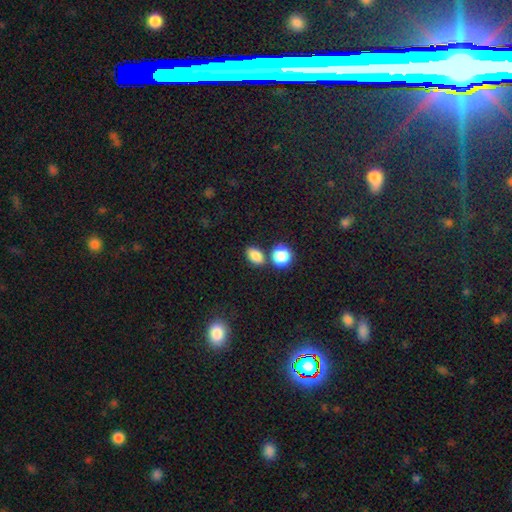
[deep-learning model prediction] Morphology: type=smooth (85%); roundness=in between (76%); merging=none (68%).